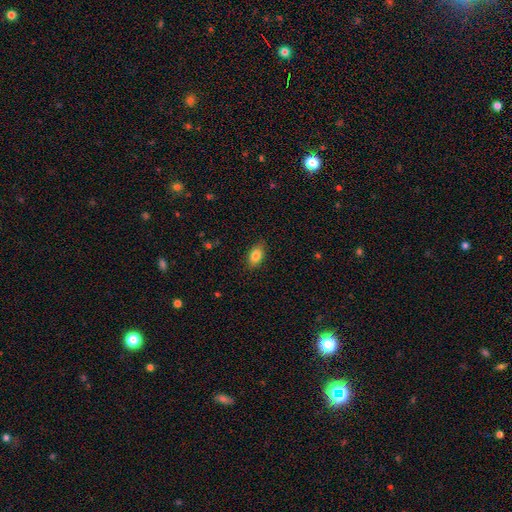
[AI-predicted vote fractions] Morphology: type=smooth (83%); roundness=in between (89%); merging=none (85%).